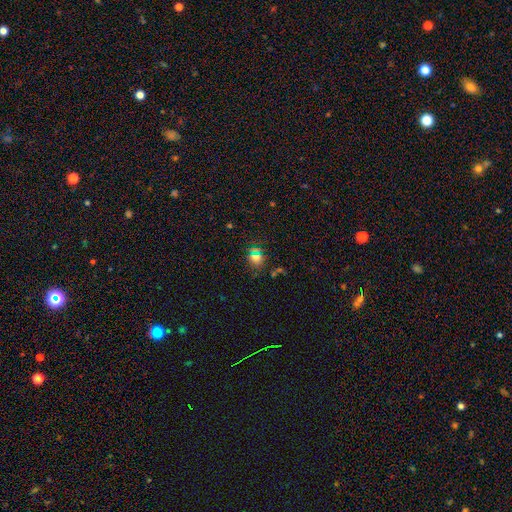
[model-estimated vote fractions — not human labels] The model was most divided on "smooth or featured": smooth: 50%, star or artifact: 39%, featured or disk: 11%. More confident: merging — none (76%).